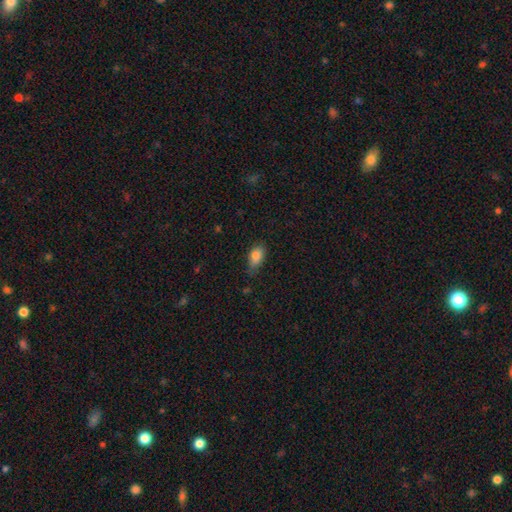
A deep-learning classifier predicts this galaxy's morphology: Smooth or featured? smooth (84%)
How rounded? in between (88%)
Merging? none (61%)